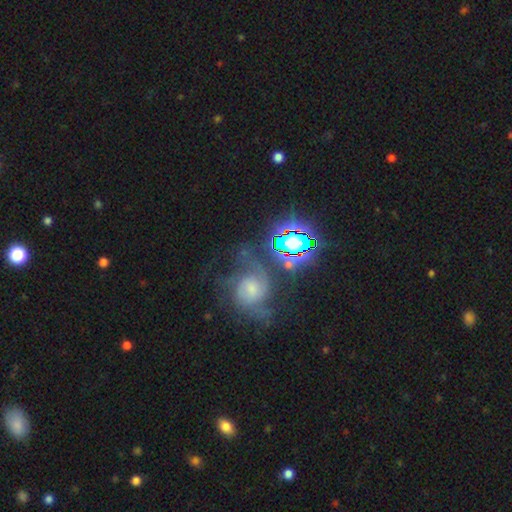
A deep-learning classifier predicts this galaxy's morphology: smooth_or_featured: star or artifact (p=0.57) [alt: featured or disk p=0.23]